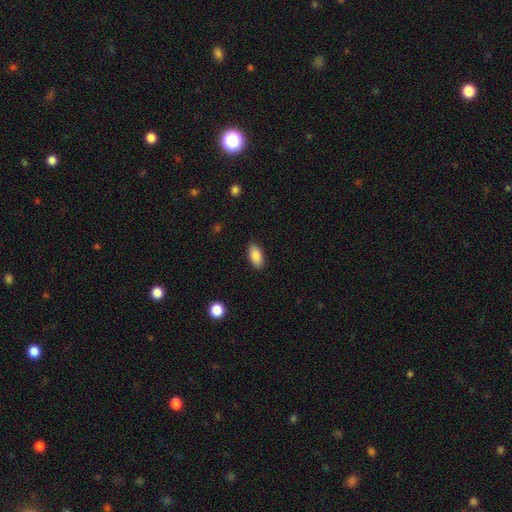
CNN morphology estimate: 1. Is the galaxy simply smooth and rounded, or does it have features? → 88% smooth, 7% star or artifact, 5% featured or disk.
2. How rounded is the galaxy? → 92% in between, 5% cigar-shaped, 3% round.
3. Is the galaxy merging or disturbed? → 88% none, 8% minor disturbance, 2% major disturbance, 1% merger.